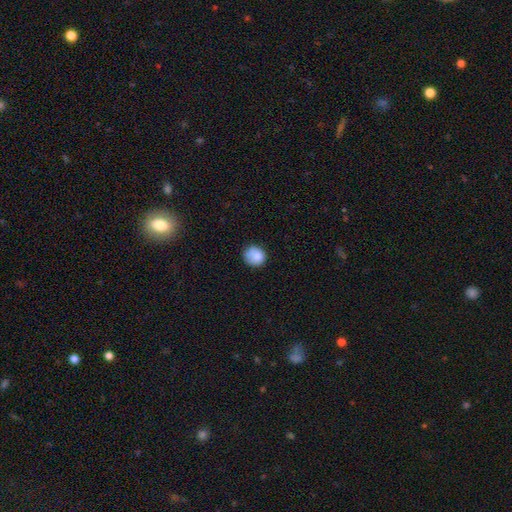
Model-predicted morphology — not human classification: Smooth or featured?
  - smooth: 84% *
  - star or artifact: 9%
  - featured or disk: 7%
How rounded?
  - round: 84% *
  - in between: 15%
  - cigar-shaped: 1%
Merging?
  - none: 71% *
  - minor disturbance: 21%
  - major disturbance: 5%
  - merger: 2%